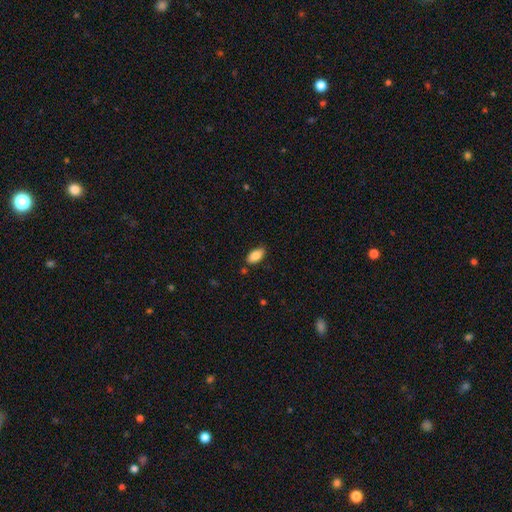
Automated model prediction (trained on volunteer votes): smooth_or_featured: smooth (p=0.85) [alt: featured or disk p=0.08]
how_rounded: in between (p=0.93) [alt: cigar-shaped p=0.04]
merging: none (p=0.84) [alt: minor disturbance p=0.11]